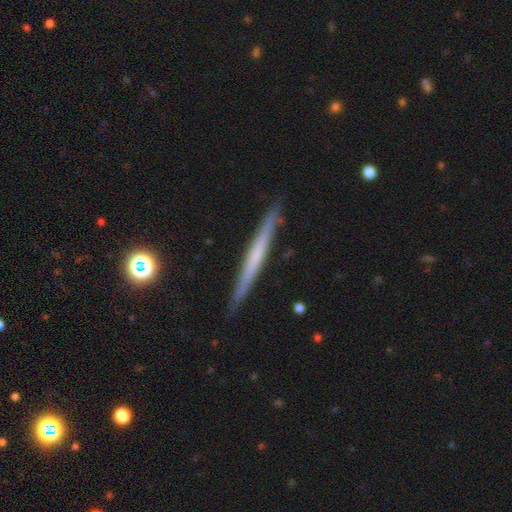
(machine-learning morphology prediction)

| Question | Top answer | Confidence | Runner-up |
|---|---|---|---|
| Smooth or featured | featured or disk | 53% | smooth (41%) |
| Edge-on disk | yes | 97% | no (3%) |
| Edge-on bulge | none | 80% | rounded (13%) |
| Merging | none | 90% | minor disturbance (7%) |